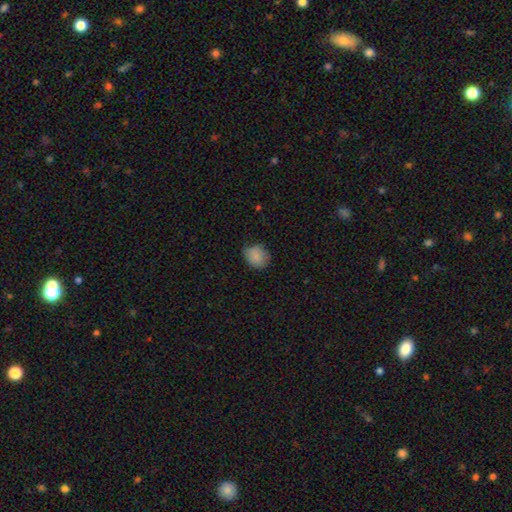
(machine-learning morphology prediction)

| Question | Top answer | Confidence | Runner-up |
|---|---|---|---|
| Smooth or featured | smooth | 85% | star or artifact (8%) |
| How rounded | round | 67% | in between (32%) |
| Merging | none | 70% | minor disturbance (24%) |